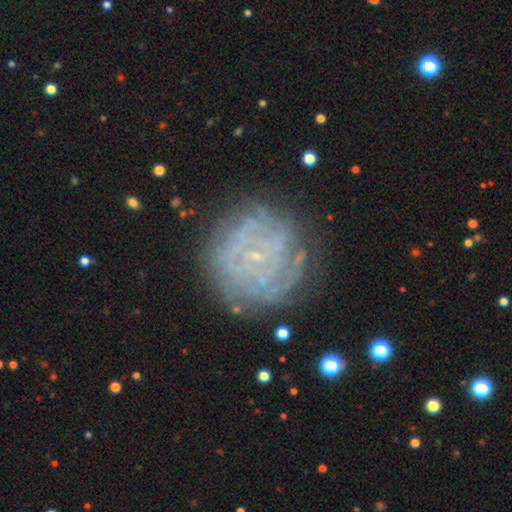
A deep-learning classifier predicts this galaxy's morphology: featured or disk 71%, smooth 18%, star or artifact 11%. Down the decision tree: edge-on disk — no (97%); bar — no (76%); spiral arms — yes (78%); spiral arm count — can't tell (51%); spiral winding — tight (77%); bulge size — small (84%); merging — none (75%).